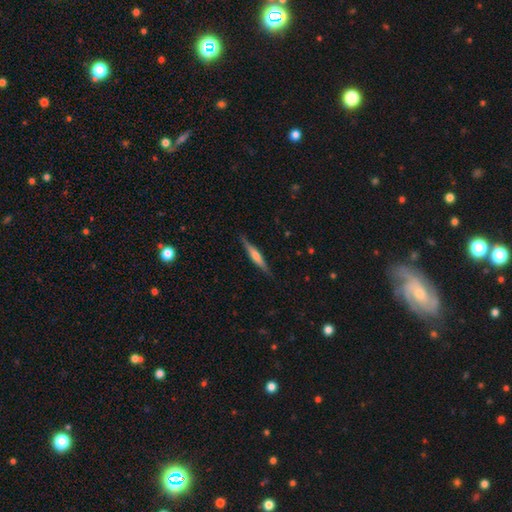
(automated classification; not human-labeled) The model was most divided on "smooth or featured": featured or disk: 56%, smooth: 38%, star or artifact: 6%. More confident: edge-on disk — yes (96%); merging — none (87%); edge-on bulge — rounded (63%).